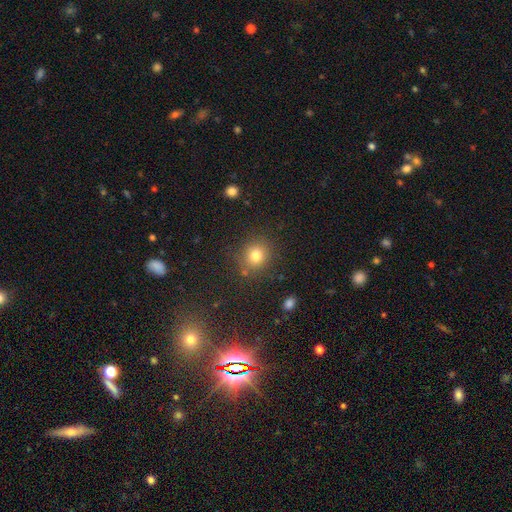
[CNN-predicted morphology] Smooth or featured?
  - smooth: 79% *
  - star or artifact: 14%
  - featured or disk: 7%
How rounded?
  - round: 84% *
  - in between: 15%
  - cigar-shaped: 1%
Merging?
  - none: 83% *
  - minor disturbance: 10%
  - major disturbance: 4%
  - merger: 3%